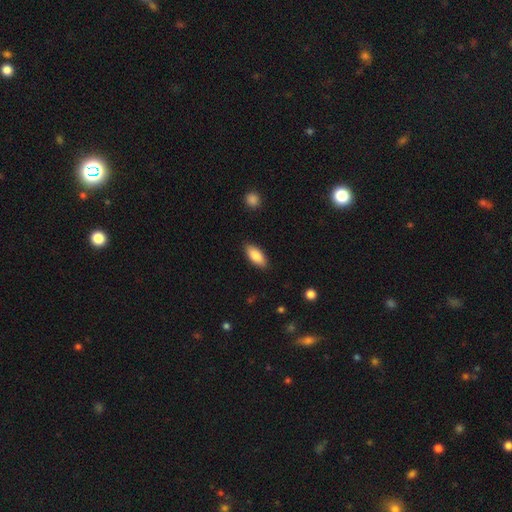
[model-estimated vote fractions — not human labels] Smooth or featured?
  - smooth: 86% *
  - featured or disk: 8%
  - star or artifact: 6%
How rounded?
  - in between: 85% *
  - cigar-shaped: 13%
  - round: 2%
Merging?
  - none: 88% *
  - minor disturbance: 9%
  - major disturbance: 2%
  - merger: 1%